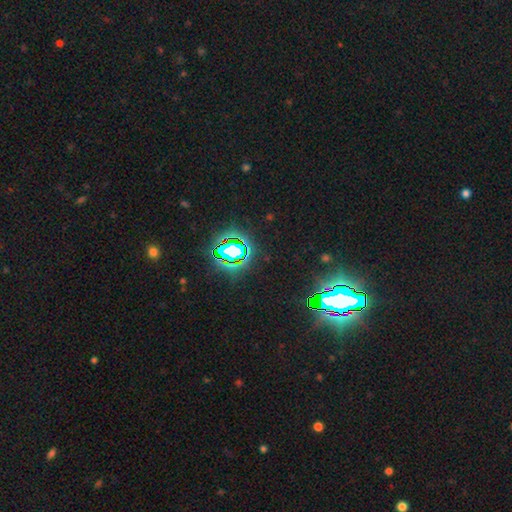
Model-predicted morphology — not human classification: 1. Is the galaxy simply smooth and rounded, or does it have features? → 82% star or artifact, 11% smooth, 7% featured or disk.